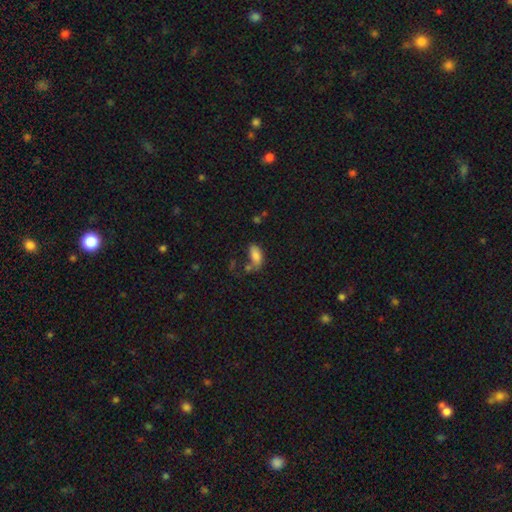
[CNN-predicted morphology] smooth-or-featured: smooth: 83% | star or artifact: 9% | featured or disk: 8%
  how-rounded: in between: 89% | cigar-shaped: 8% | round: 3%
  merging: none: 54% | minor disturbance: 21% | merger: 16% | major disturbance: 8%